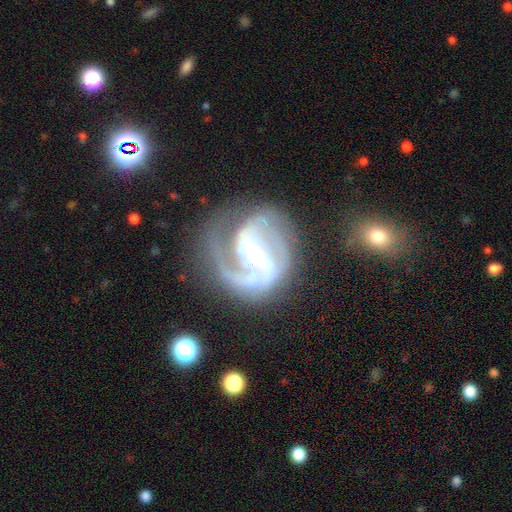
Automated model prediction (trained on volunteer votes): Smooth or featured: featured or disk — 89% (star or artifact — 6%)
Edge-on disk: no — 98% (yes — 2%)
Bar: strong — 57% (weak — 33%)
Spiral arms: yes — 97% (no — 3%)
Spiral winding: medium — 51% (tight — 31%)
Spiral arm count: 2 — 56% (3 — 19%)
Bulge size: small — 62% (moderate — 25%)
Merging: none — 59% (major disturbance — 19%)